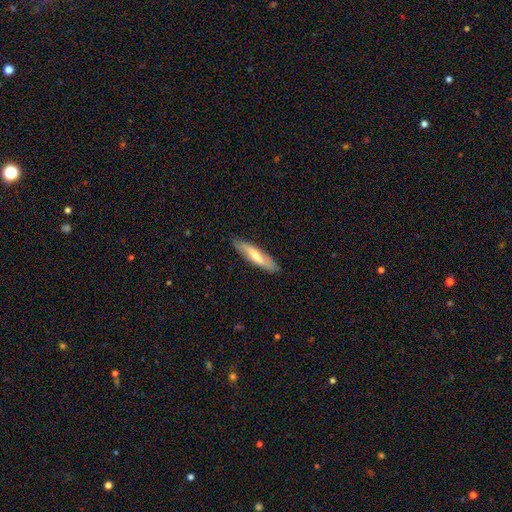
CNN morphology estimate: smooth-or-featured: smooth: 56% | featured or disk: 39% | star or artifact: 5%
  how-rounded: cigar-shaped: 76% | in between: 22% | round: 2%
  merging: none: 84% | minor disturbance: 13% | major disturbance: 2% | merger: 1%